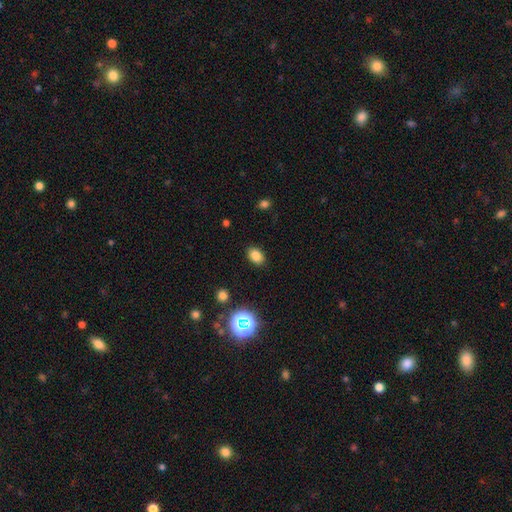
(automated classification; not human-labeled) The model was most divided on "how rounded": in between: 80%, round: 19%, cigar-shaped: 1%. More confident: merging — none (88%); smooth or featured — smooth (81%).